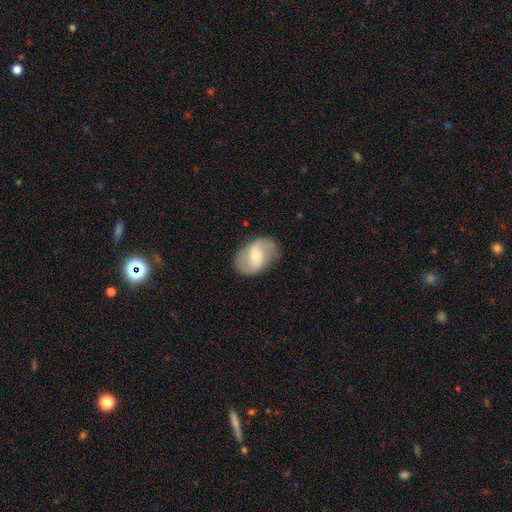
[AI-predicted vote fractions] A featured or disk galaxy (69%) with a weak bar (49%), 2 (87%) medium (43%) spiral arms (86%) and a small central bulge (48%). Merging: none (79%).